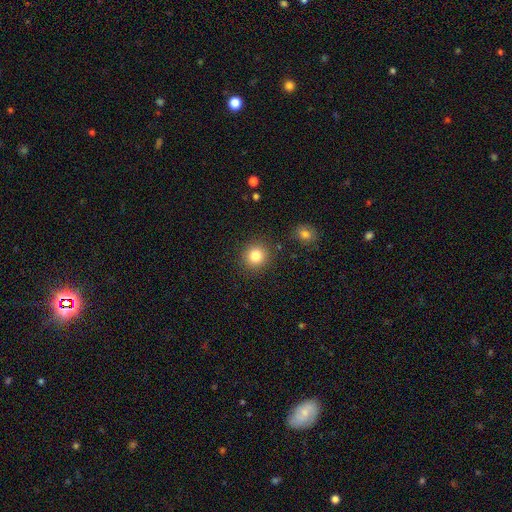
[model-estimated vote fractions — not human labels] Overall: smooth (82%). How rounded: round (90%). Merging: none (88%).